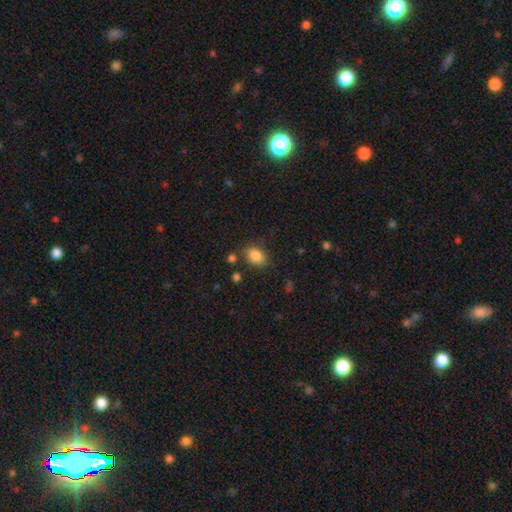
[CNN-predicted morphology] Smooth or featured?
  - smooth: 85% *
  - star or artifact: 9%
  - featured or disk: 6%
How rounded?
  - in between: 76% *
  - round: 22%
  - cigar-shaped: 1%
Merging?
  - none: 75% *
  - minor disturbance: 15%
  - major disturbance: 5%
  - merger: 4%